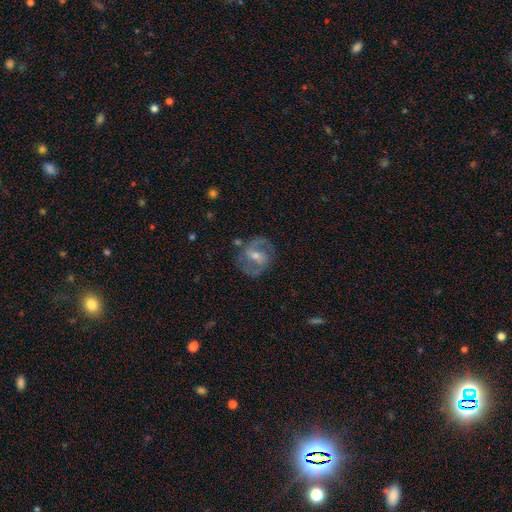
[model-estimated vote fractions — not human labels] Smooth or featured?
  - featured or disk: 81% *
  - smooth: 13%
  - star or artifact: 7%
Edge-on disk?
  - no: 97% *
  - yes: 3%
Bar?
  - weak: 48% *
  - strong: 30%
  - no: 22%
Spiral arms?
  - yes: 90% *
  - no: 10%
Spiral winding?
  - medium: 55% *
  - tight: 27%
  - loose: 18%
Spiral arm count?
  - 2: 86% *
  - can't tell: 7%
  - 1: 3%
  - 3: 2%
  - 4: 1%
  - more than 4: 1%
Bulge size?
  - small: 47% *
  - moderate: 46%
  - large: 3%
  - none: 3%
  - dominant: 1%
Merging?
  - none: 76% *
  - minor disturbance: 14%
  - major disturbance: 7%
  - merger: 2%